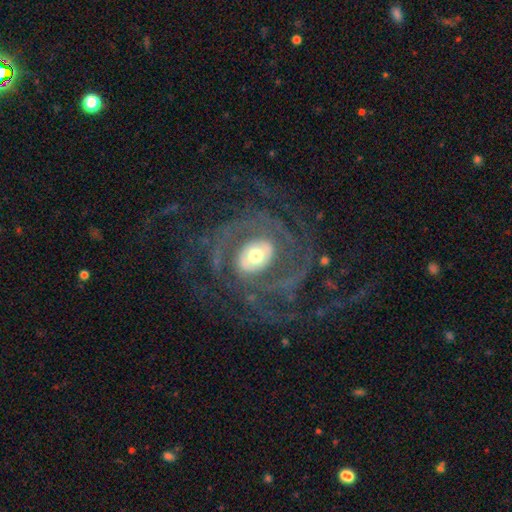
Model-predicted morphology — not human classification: Smooth or featured: featured or disk — 86% (smooth — 8%)
Edge-on disk: no — 97% (yes — 3%)
Bar: no — 60% (weak — 26%)
Spiral arms: yes — 90% (no — 10%)
Spiral winding: tight — 41% (medium — 39%)
Spiral arm count: 2 — 43% (can't tell — 19%)
Bulge size: moderate — 60% (large — 20%)
Merging: none — 68% (major disturbance — 17%)